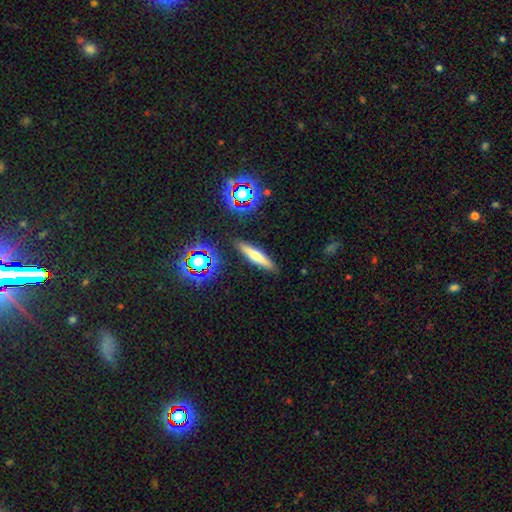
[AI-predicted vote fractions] Smooth or featured? Predicted: smooth (p=0.50). How rounded? Predicted: cigar-shaped (p=0.84). Merging? Predicted: none (p=0.88).